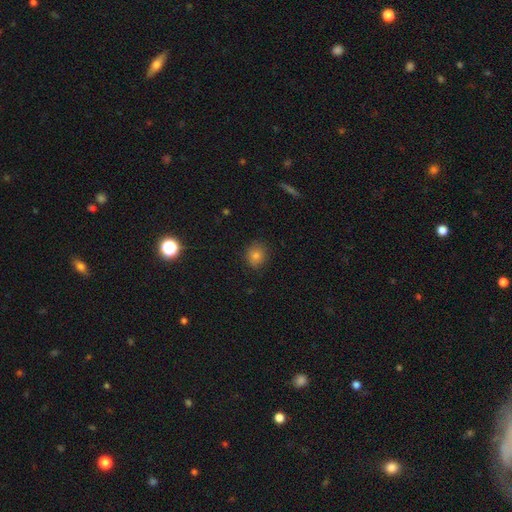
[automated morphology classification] This appears to be a smooth galaxy with no disk features (76%) that is round (77%). Merging: none (86%).